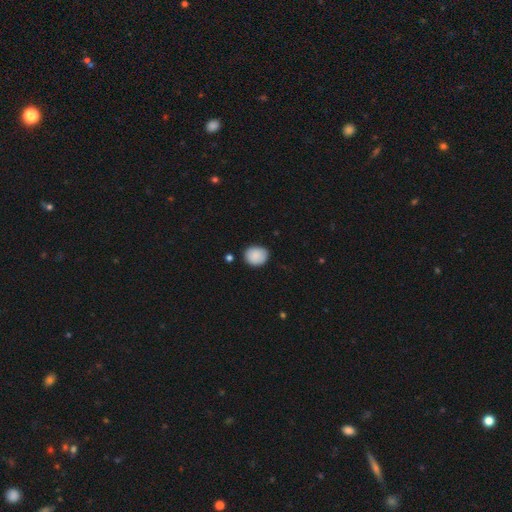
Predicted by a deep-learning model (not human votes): Smooth or featured: smooth — 88% (star or artifact — 7%)
How rounded: round — 65% (in between — 34%)
Merging: none — 80% (minor disturbance — 15%)